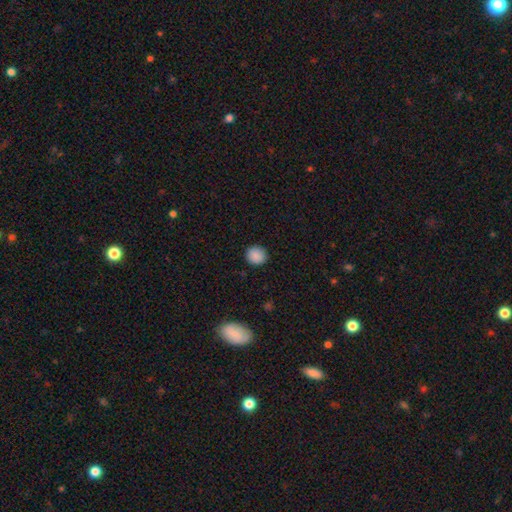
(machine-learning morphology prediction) The model was most divided on "smooth or featured": smooth: 88%, star or artifact: 9%, featured or disk: 3%. More confident: how rounded — round (91%); merging — none (91%).